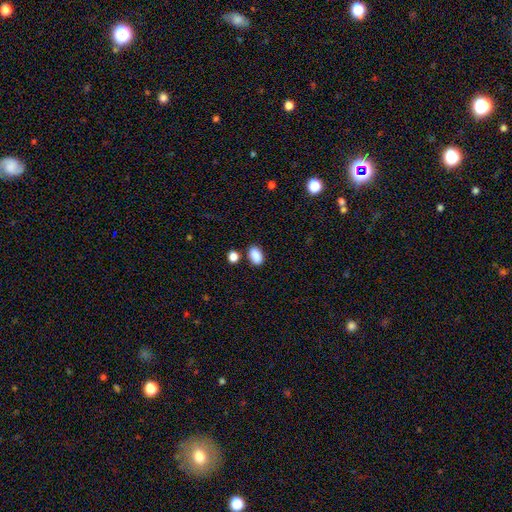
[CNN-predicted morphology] smooth_or_featured: smooth (p=0.88) [alt: star or artifact p=0.08]
how_rounded: in between (p=0.88) [alt: round p=0.10]
merging: none (p=0.79) [alt: minor disturbance p=0.11]